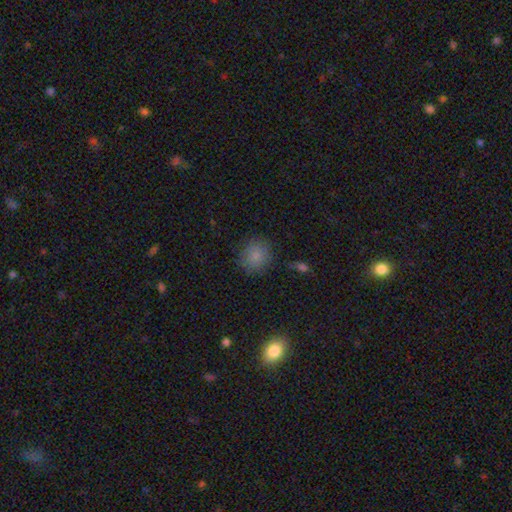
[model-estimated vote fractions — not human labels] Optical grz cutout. It shows a smooth galaxy with no disk features (83%) that is round (85%). Merging: none (83%).